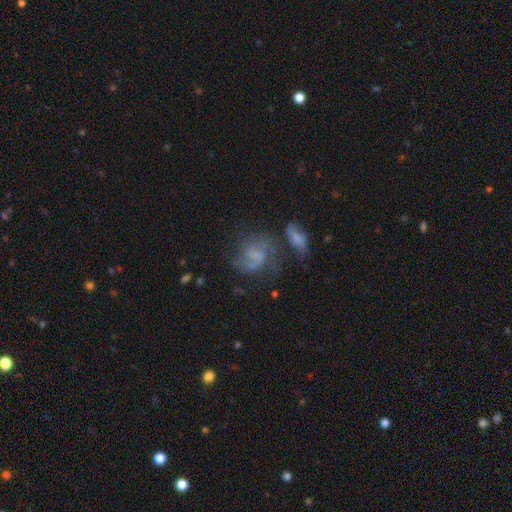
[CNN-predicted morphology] A featured or disk galaxy (56%) with no bar (50%), spiral arms (78%) and no central bulge (53%).

Vote fractions:
- Smooth or featured? featured or disk: 56% / smooth: 30% / star or artifact: 14%
- Edge-on disk? no: 97% / yes: 3%
- Bar? no: 50% / weak: 39% / strong: 11%
- Spiral arms? yes: 78% / no: 22%
- Bulge size? none: 53% / small: 23% / moderate: 16% / large: 5% / dominant: 2%
- Merging? none: 42% / major disturbance: 21% / minor disturbance: 20% / merger: 17%